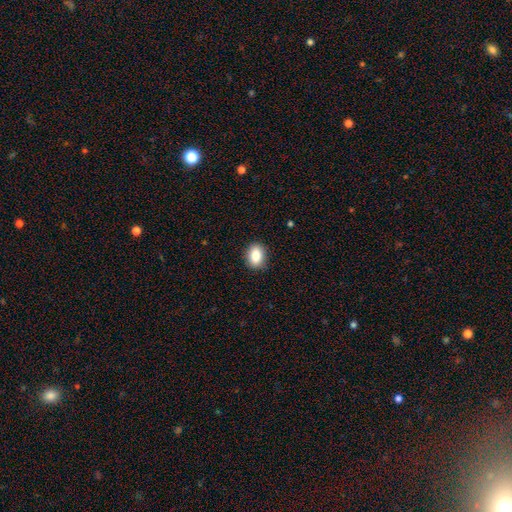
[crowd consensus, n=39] smooth-or-featured: smooth: 92% | star or artifact: 5% | featured or disk: 3%
  how-rounded: in between: 67% | round: 33% | cigar-shaped: 0%
  merging: none: 97% | minor disturbance: 3% | major disturbance: 0% | merger: 0%